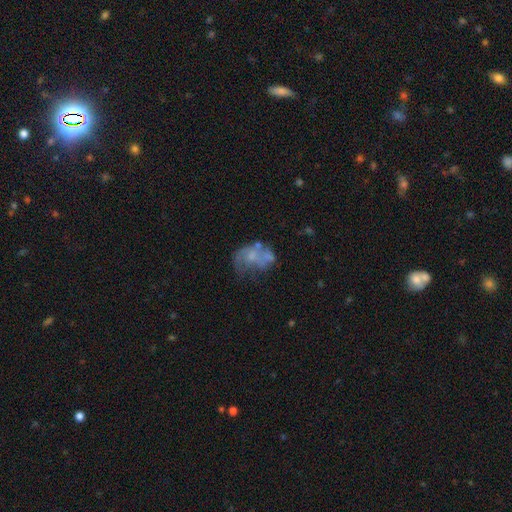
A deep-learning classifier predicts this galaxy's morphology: smooth_or_featured: featured or disk (p=0.55) [alt: smooth p=0.33]
disk_edge_on: no (p=0.98) [alt: yes p=0.02]
bar: no (p=0.85) [alt: weak p=0.12]
has_spiral_arms: no (p=0.75) [alt: yes p=0.25]
bulge_size: none (p=0.48) [alt: small p=0.29]
merging: none (p=0.33) [alt: major disturbance p=0.28]